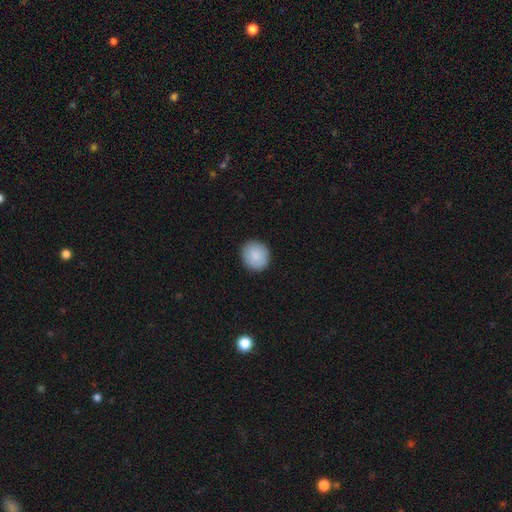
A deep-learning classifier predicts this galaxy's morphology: A smooth galaxy with no disk features (88%) that is round (84%). Merging: none (90%).